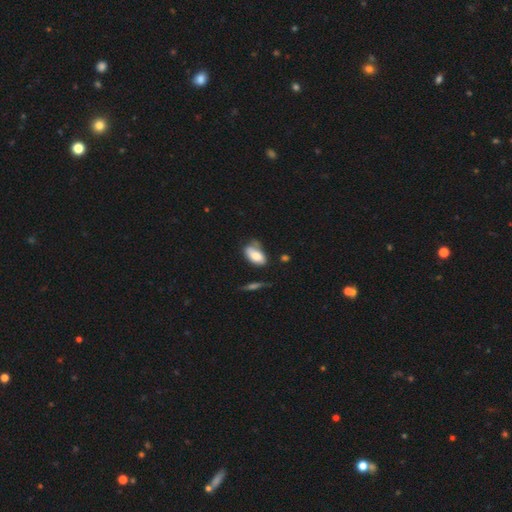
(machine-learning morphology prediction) Smooth or featured?
  - smooth: 79% *
  - featured or disk: 14%
  - star or artifact: 8%
How rounded?
  - in between: 91% *
  - round: 5%
  - cigar-shaped: 4%
Merging?
  - none: 44% *
  - minor disturbance: 32%
  - major disturbance: 13%
  - merger: 10%